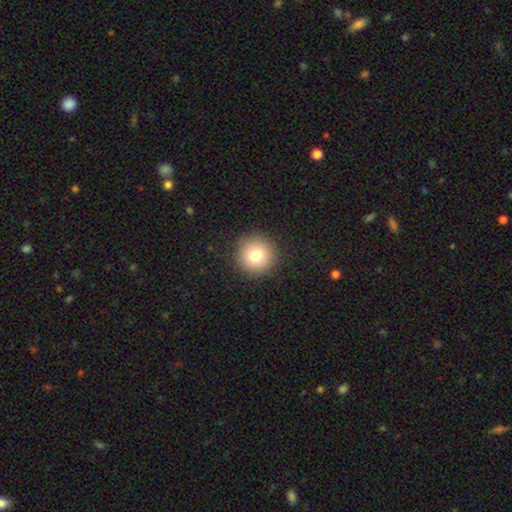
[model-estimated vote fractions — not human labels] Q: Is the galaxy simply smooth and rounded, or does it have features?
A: smooth — 78%.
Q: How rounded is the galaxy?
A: round — 95%.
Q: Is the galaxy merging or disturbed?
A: none — 91%.